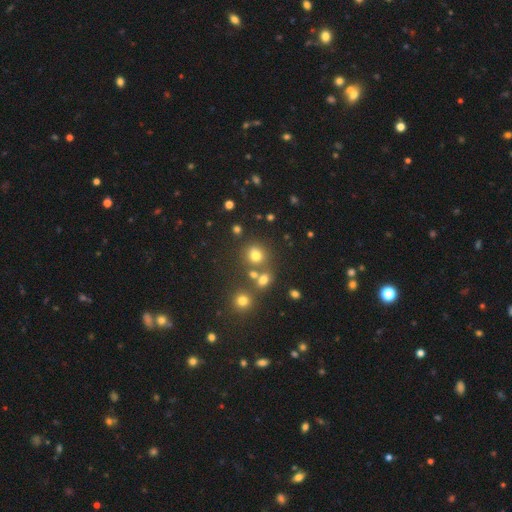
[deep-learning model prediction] This appears to be a smooth galaxy with no disk features (70%) that is round (81%). Merging: none (67%).